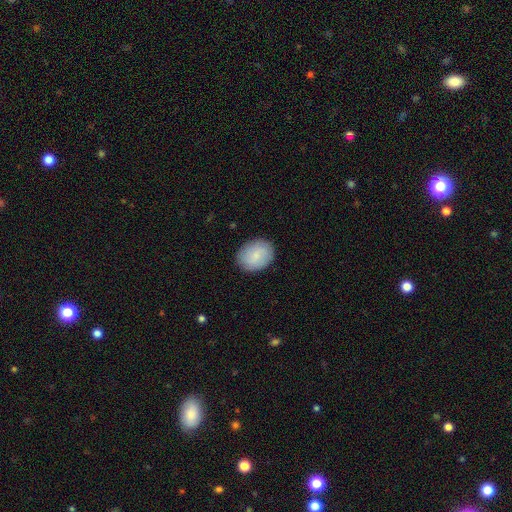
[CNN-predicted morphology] smooth_or_featured: smooth (p=0.77) [alt: featured or disk p=0.17]
how_rounded: in between (p=0.53) [alt: round p=0.46]
merging: none (p=0.87) [alt: minor disturbance p=0.10]